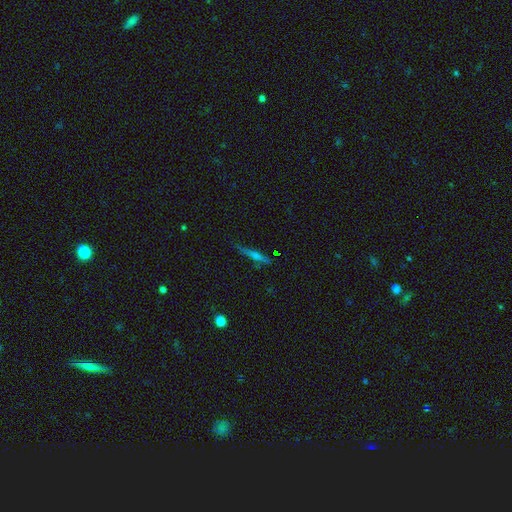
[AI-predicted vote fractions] Morphology: type=featured or disk (62%); edge-on=yes (96%); edge-on bulge=rounded (67%); merging=none (82%).